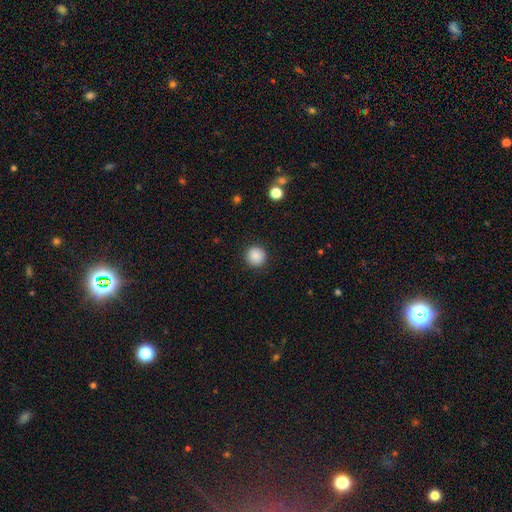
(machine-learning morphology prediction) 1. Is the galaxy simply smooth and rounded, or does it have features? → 87% smooth, 9% star or artifact, 4% featured or disk.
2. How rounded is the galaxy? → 95% round, 4% in between, 1% cigar-shaped.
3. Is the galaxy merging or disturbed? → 91% none, 6% minor disturbance, 2% major disturbance, 1% merger.